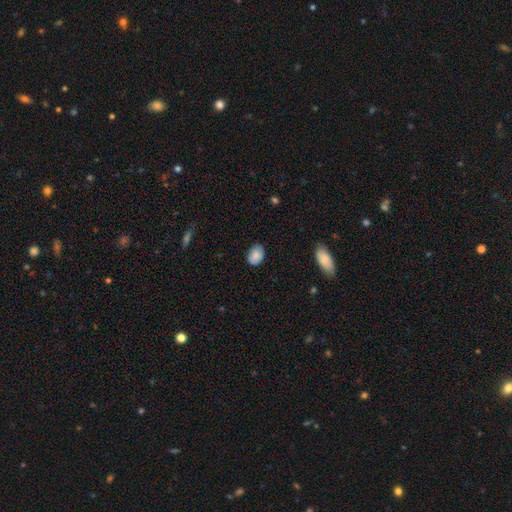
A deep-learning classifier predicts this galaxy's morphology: Overall: smooth (85%). How rounded: in between (81%). Merging: none (79%).